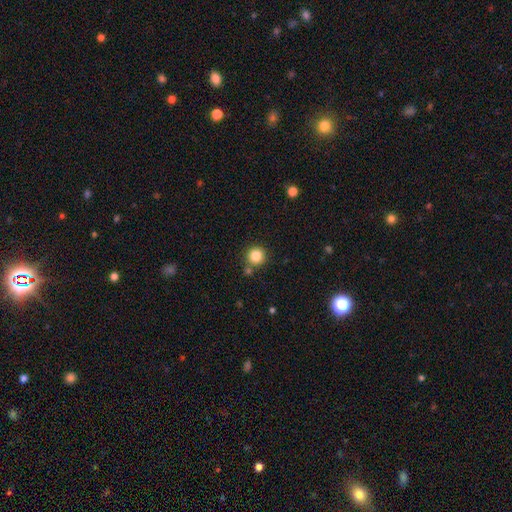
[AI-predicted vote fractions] This appears to be a smooth galaxy with no disk features (84%) that is round (93%). Merging: none (82%).